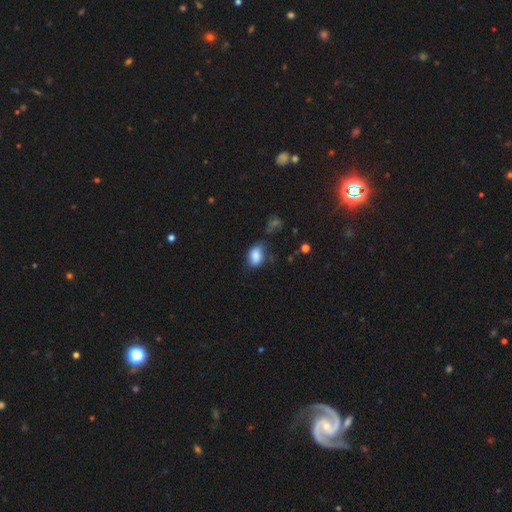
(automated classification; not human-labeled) smooth-or-featured: smooth: 84% | star or artifact: 8% | featured or disk: 8%
  how-rounded: in between: 85% | round: 14% | cigar-shaped: 2%
  merging: none: 53% | minor disturbance: 31% | major disturbance: 11% | merger: 5%